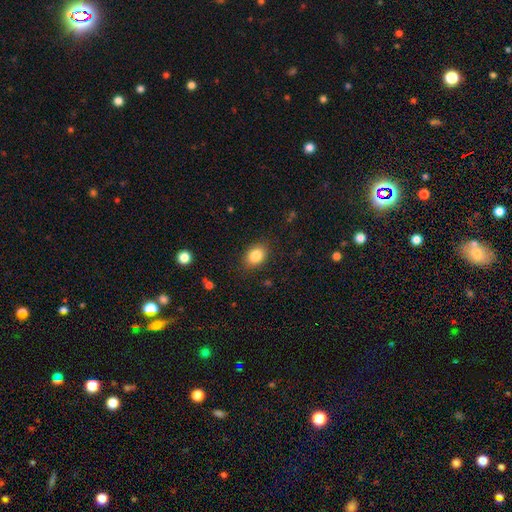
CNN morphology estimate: Overall: smooth (85%). How rounded: in between (70%). Merging: none (85%).